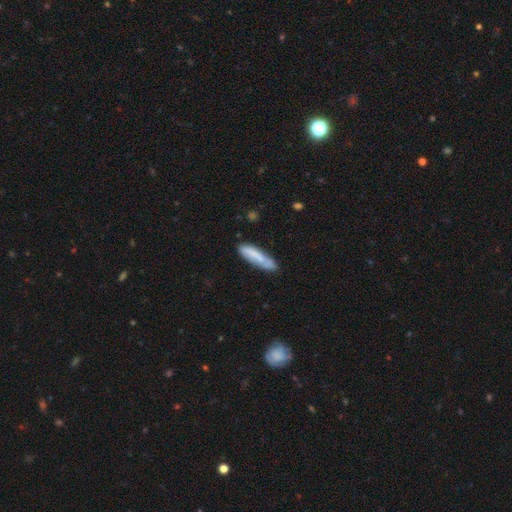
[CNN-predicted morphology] Smooth or featured?
  - smooth: 71% *
  - featured or disk: 23%
  - star or artifact: 6%
How rounded?
  - cigar-shaped: 75% *
  - in between: 23%
  - round: 1%
Merging?
  - none: 69% *
  - minor disturbance: 21%
  - merger: 5%
  - major disturbance: 5%